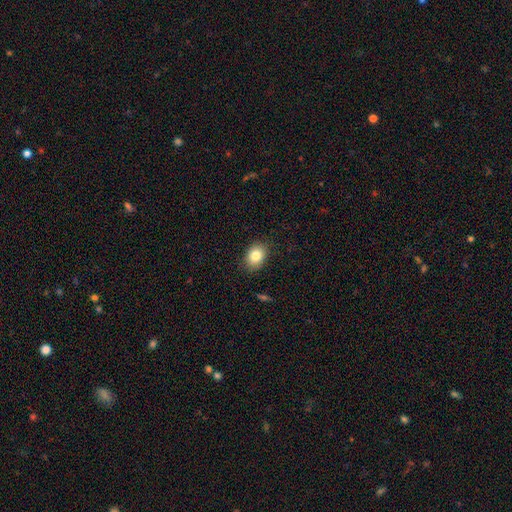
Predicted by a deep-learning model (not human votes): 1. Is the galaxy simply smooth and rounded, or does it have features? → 83% smooth, 9% star or artifact, 8% featured or disk.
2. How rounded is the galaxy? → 65% in between, 34% round, 1% cigar-shaped.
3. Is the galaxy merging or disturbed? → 86% none, 11% minor disturbance, 3% major disturbance, 1% merger.